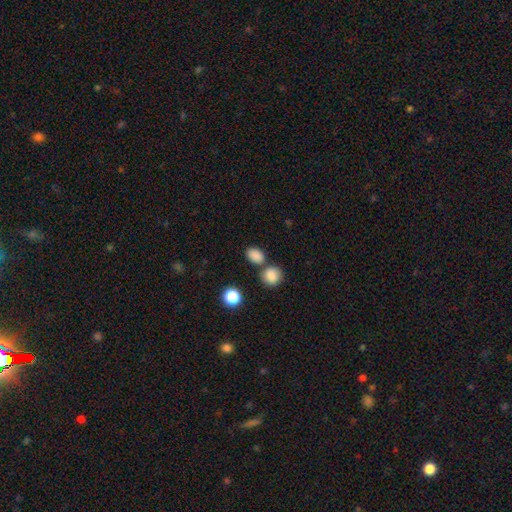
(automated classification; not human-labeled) smooth_or_featured: smooth (p=0.85) [alt: star or artifact p=0.11]
how_rounded: in between (p=0.68) [alt: round p=0.31]
merging: none (p=0.66) [alt: merger p=0.20]